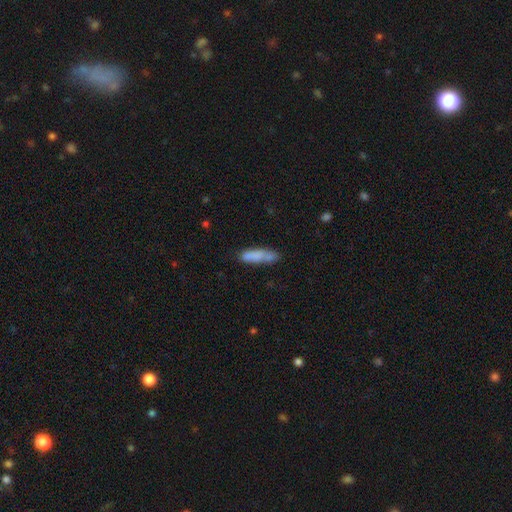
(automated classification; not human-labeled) A smooth galaxy with no disk features (79%) that is cigar-shaped (66%).

Vote fractions:
- Smooth or featured? smooth: 79% / featured or disk: 14% / star or artifact: 7%
- How rounded? cigar-shaped: 66% / in between: 32% / round: 2%
- Merging? none: 61% / minor disturbance: 22% / merger: 11% / major disturbance: 6%